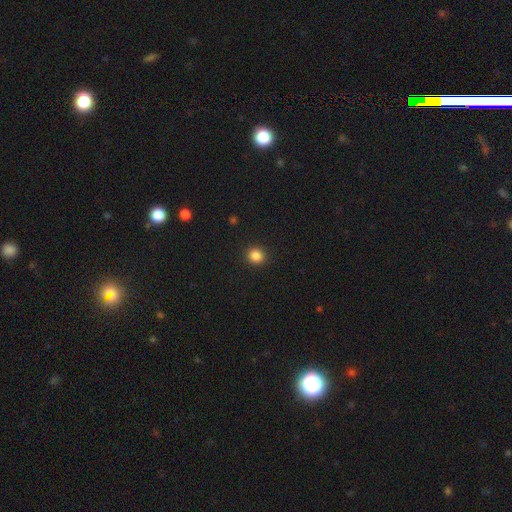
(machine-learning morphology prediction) smooth-or-featured: smooth: 85% | star or artifact: 11% | featured or disk: 4%
  how-rounded: round: 86% | in between: 13% | cigar-shaped: 1%
  merging: none: 92% | minor disturbance: 5% | major disturbance: 2% | merger: 1%